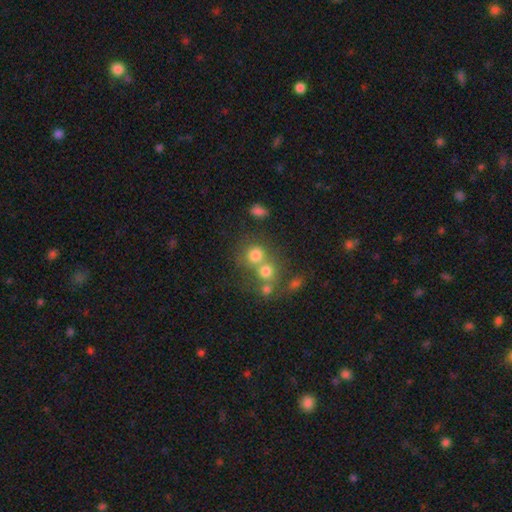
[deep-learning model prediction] This is likely a smooth galaxy (71%). How rounded: clearly round (80%). Merging: possibly merger (46%).